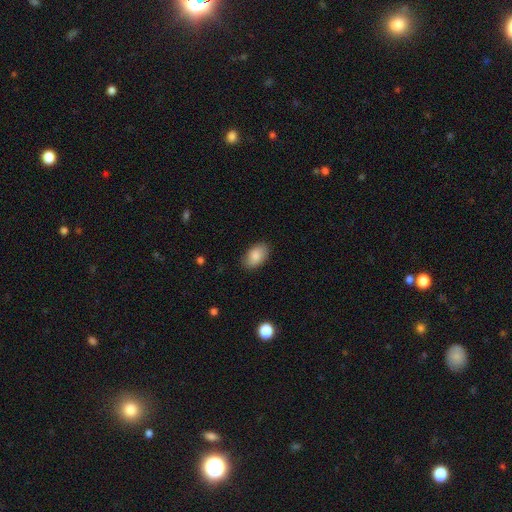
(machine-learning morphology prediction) Smooth or featured?
  - smooth: 86% *
  - featured or disk: 7%
  - star or artifact: 7%
How rounded?
  - in between: 93% *
  - round: 6%
  - cigar-shaped: 1%
Merging?
  - none: 85% *
  - minor disturbance: 12%
  - major disturbance: 3%
  - merger: 1%